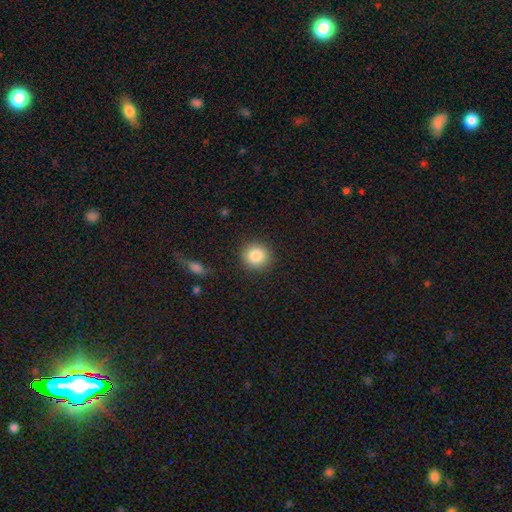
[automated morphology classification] smooth-or-featured: smooth: 86% | star or artifact: 9% | featured or disk: 5%
  how-rounded: round: 90% | in between: 9% | cigar-shaped: 1%
  merging: none: 89% | minor disturbance: 7% | major disturbance: 2% | merger: 1%